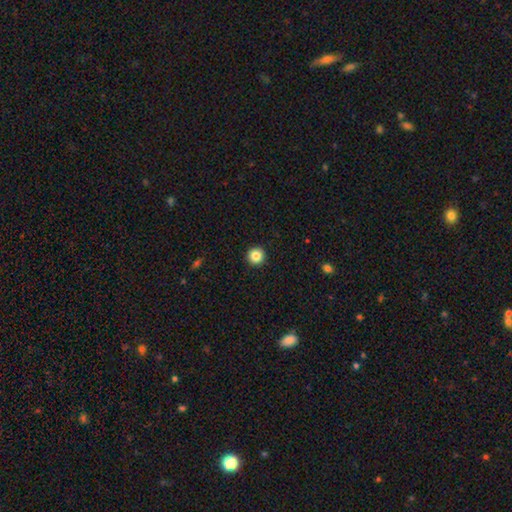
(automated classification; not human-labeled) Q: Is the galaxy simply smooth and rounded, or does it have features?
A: smooth — 85%.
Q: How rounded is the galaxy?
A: round — 96%.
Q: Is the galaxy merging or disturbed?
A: none — 94%.